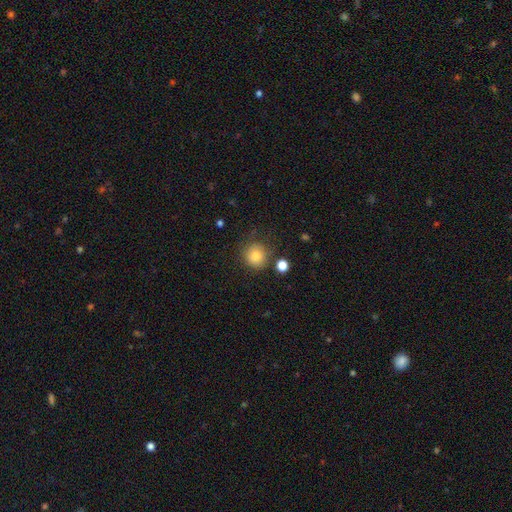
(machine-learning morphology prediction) This appears to be a smooth galaxy with no disk features (82%) that is round (91%). Merging: none (79%).